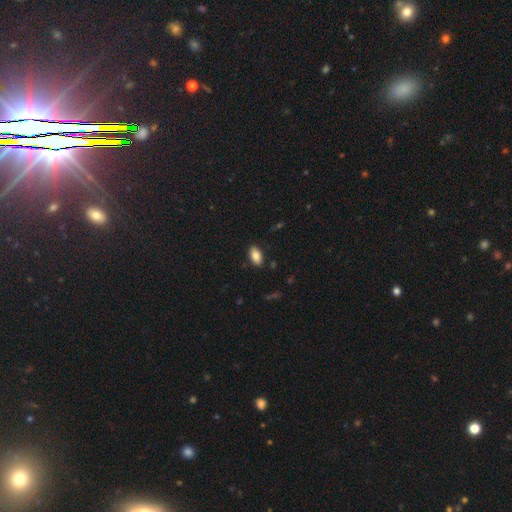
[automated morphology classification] Smooth or featured? Predicted: smooth (p=0.84). How rounded? Predicted: in between (p=0.92). Merging? Predicted: none (p=0.87).